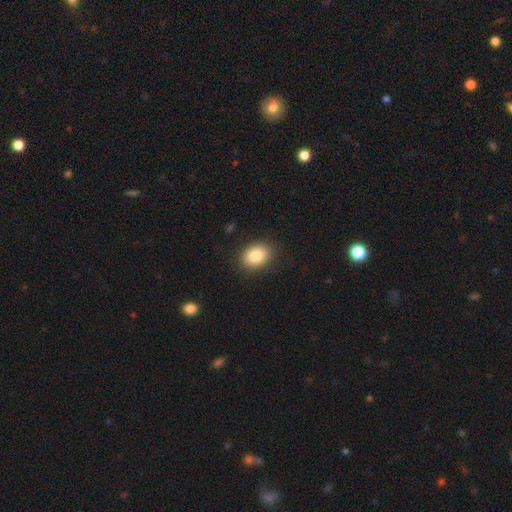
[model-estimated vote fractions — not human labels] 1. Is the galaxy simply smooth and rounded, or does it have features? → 84% smooth, 8% star or artifact, 8% featured or disk.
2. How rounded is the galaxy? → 74% in between, 25% round, 1% cigar-shaped.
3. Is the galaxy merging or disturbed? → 87% none, 9% minor disturbance, 3% major disturbance, 1% merger.